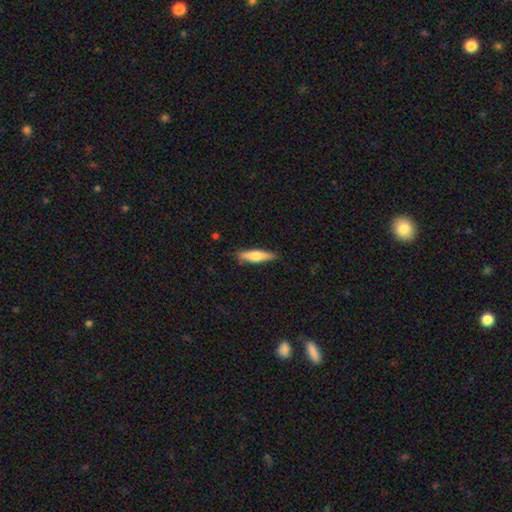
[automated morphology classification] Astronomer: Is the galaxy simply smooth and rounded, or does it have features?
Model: smooth — 56% (runner-up: featured or disk, 38%).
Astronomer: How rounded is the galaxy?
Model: cigar-shaped — 76%.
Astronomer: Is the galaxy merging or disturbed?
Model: none — 85%.